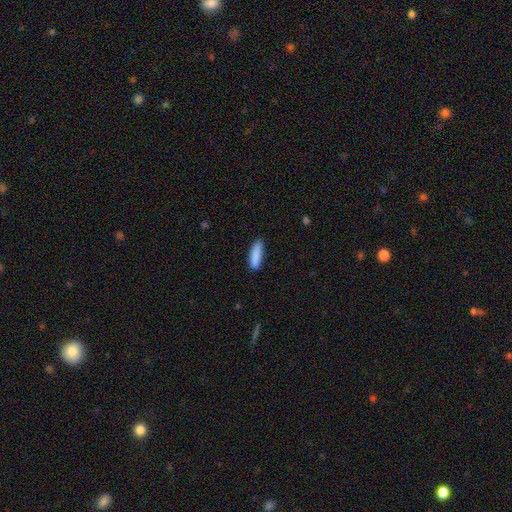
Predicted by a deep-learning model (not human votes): Smooth or featured: smooth — 88% (star or artifact — 6%)
How rounded: cigar-shaped — 65% (in between — 33%)
Merging: none — 82% (minor disturbance — 15%)